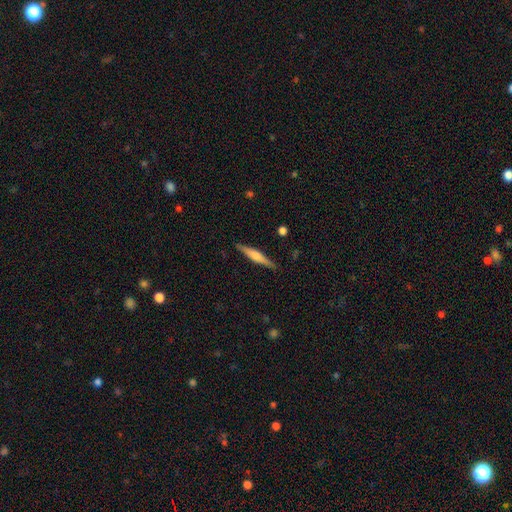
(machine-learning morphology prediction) A featured or disk galaxy (58%) viewed edge-on (97%) with a rounded central bulge (71%).

Vote fractions:
- Smooth or featured? featured or disk: 58% / smooth: 36% / star or artifact: 6%
- Edge-on disk? yes: 97% / no: 3%
- Edge-on bulge? rounded: 71% / boxy: 19% / none: 10%
- Merging? none: 89% / minor disturbance: 8% / major disturbance: 2% / merger: 1%